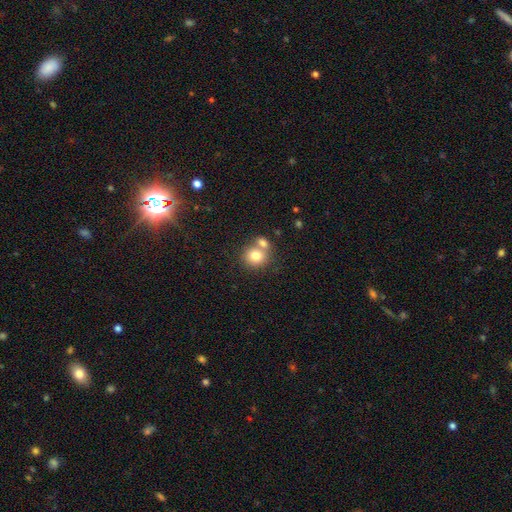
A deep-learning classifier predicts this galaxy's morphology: This is likely a smooth galaxy (78%). How rounded: likely round (78%). Merging: marginally merger (45%).